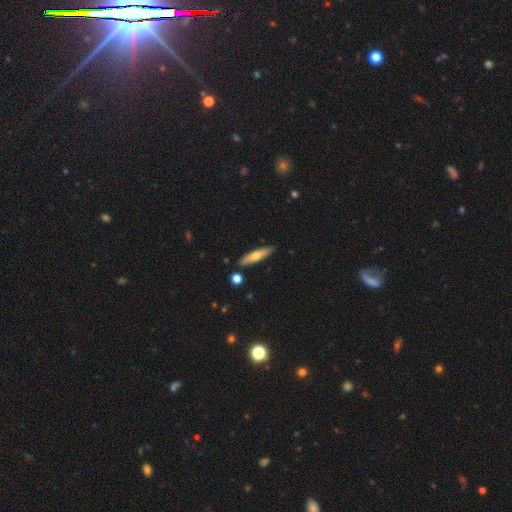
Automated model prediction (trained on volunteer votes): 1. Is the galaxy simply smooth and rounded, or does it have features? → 57% smooth, 37% featured or disk, 6% star or artifact.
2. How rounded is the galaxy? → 81% cigar-shaped, 17% in between, 2% round.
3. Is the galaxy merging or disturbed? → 87% none, 8% minor disturbance, 3% merger, 2% major disturbance.